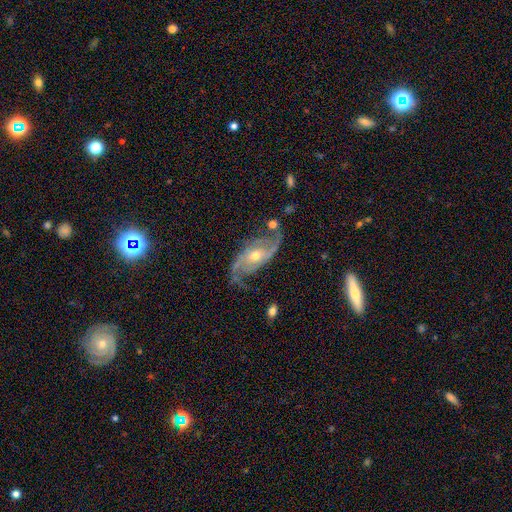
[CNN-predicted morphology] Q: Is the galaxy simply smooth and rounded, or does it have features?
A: featured or disk — 88%.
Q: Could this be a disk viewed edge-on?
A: no — 95%.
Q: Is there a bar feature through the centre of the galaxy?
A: no — 51%.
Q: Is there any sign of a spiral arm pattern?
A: yes — 96%.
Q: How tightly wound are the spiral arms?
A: loose — 45%.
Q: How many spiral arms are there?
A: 2 — 88%.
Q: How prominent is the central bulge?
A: moderate — 52%.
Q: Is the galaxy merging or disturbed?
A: none — 67%.